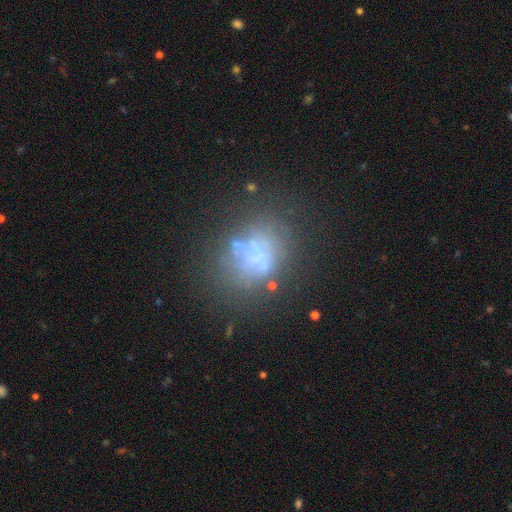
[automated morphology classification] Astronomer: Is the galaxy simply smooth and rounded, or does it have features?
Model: featured or disk — 50% (runner-up: smooth, 30%).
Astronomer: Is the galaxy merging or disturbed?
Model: none — 51%.